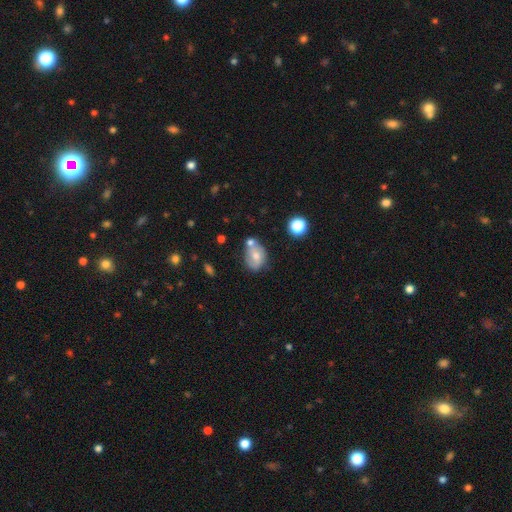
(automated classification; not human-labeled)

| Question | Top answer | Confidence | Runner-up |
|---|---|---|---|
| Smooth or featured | smooth | 58% | featured or disk (32%) |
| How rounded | in between | 68% | round (31%) |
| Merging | none | 44% | merger (29%) |